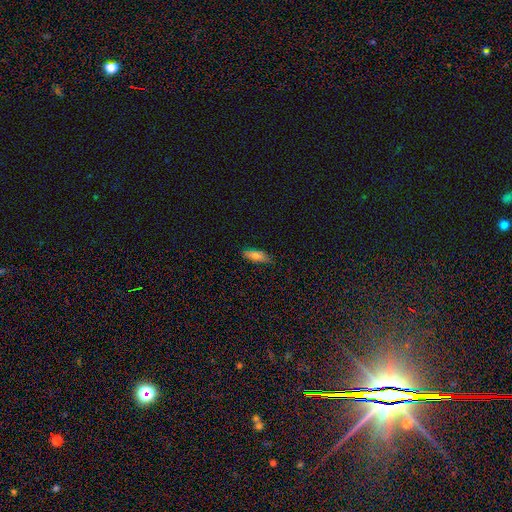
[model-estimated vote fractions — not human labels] Morphology: type=smooth (70%); roundness=in between (62%); merging=none (82%).